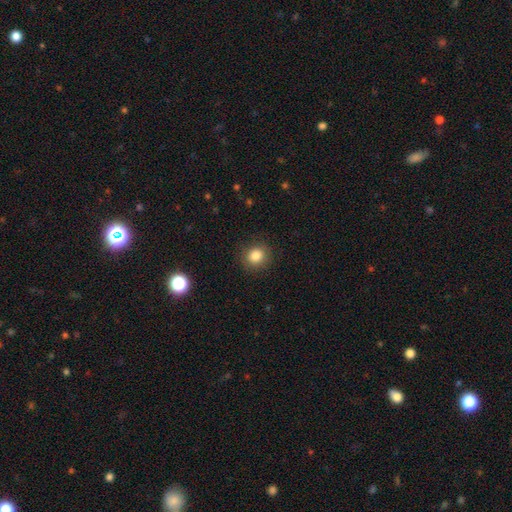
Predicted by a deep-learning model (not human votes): This is clearly a smooth galaxy (84%). How rounded: clearly round (82%). Merging: clearly none (88%).